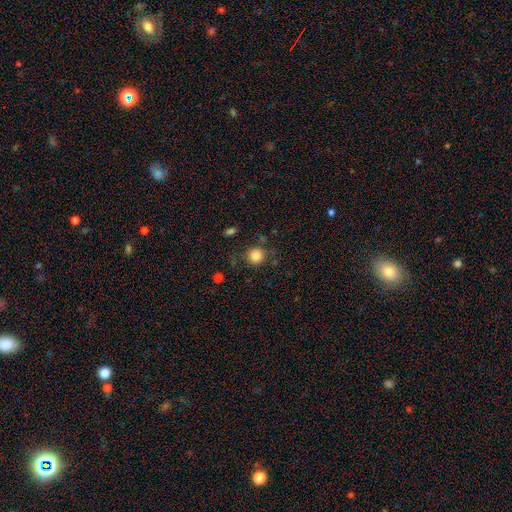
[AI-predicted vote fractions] This appears to be a smooth galaxy with no disk features (83%) that is round (91%). Merging: none (80%).